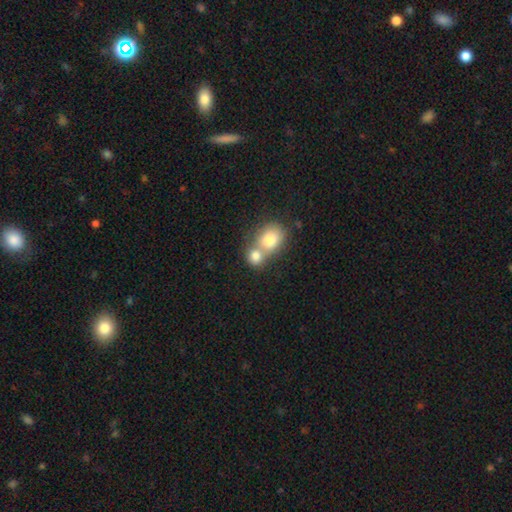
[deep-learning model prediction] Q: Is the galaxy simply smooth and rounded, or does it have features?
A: smooth — 79%.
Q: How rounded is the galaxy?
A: round — 70%.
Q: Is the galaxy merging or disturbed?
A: merger — 63%.